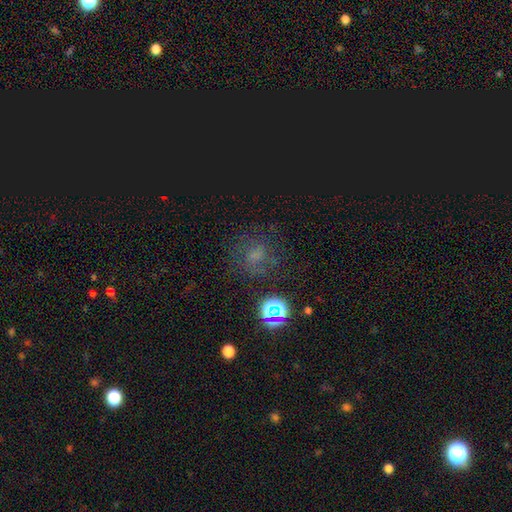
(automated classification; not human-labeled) smooth-or-featured: star or artifact: 36% | smooth: 35% | featured or disk: 29%